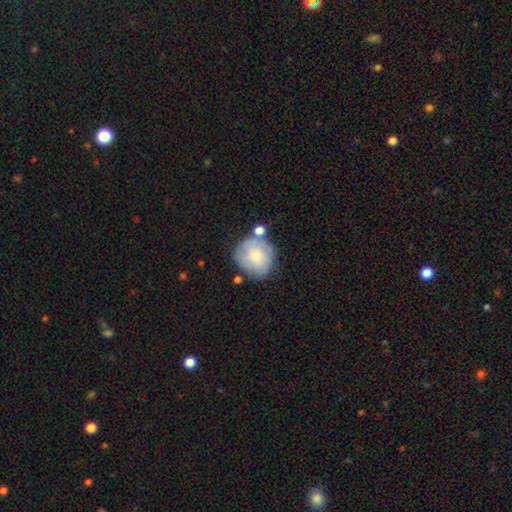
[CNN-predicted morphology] smooth_or_featured: smooth (p=0.63) [alt: featured or disk p=0.30]
how_rounded: round (p=0.85) [alt: in between p=0.14]
merging: none (p=0.57) [alt: minor disturbance p=0.21]